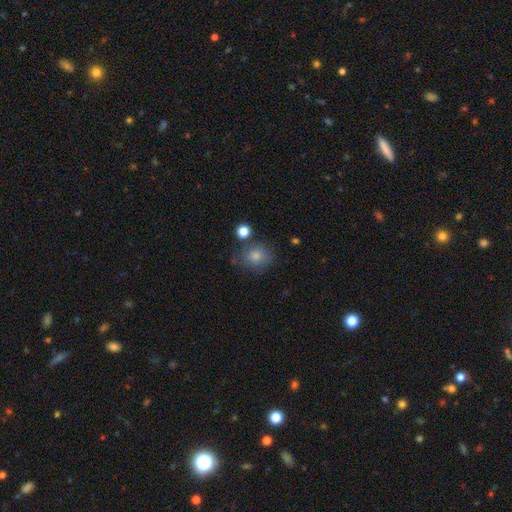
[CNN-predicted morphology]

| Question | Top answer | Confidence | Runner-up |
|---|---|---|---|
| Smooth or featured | smooth | 75% | star or artifact (15%) |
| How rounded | round | 79% | in between (20%) |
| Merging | none | 73% | minor disturbance (15%) |